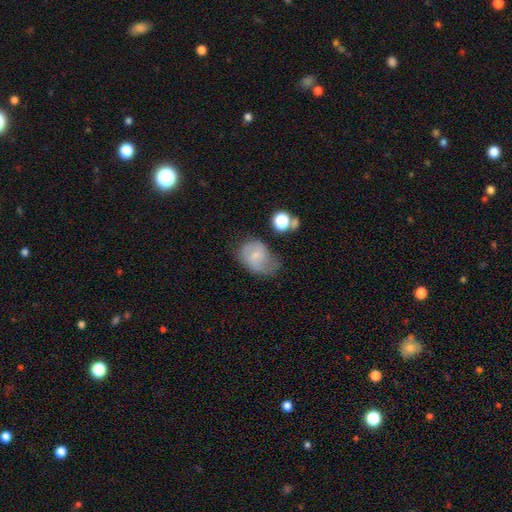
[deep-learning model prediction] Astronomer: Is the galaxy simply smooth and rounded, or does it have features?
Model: smooth — 51% (runner-up: featured or disk, 40%).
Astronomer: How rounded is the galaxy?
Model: in between — 66%.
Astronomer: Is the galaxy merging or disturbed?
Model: none — 39% (runner-up: minor disturbance, 35%).